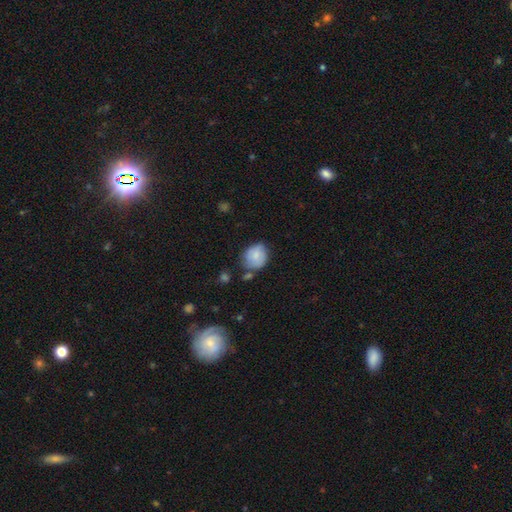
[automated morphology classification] Smooth or featured? smooth (81%)
How rounded? round (69%)
Merging? none (55%)